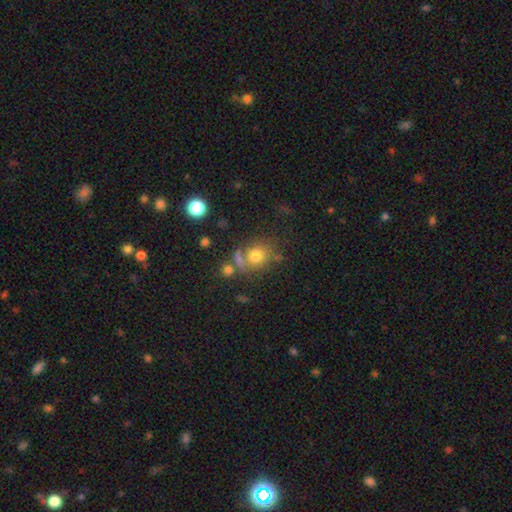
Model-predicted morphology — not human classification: type=smooth (73%); roundness=round (76%); merging=none (59%).